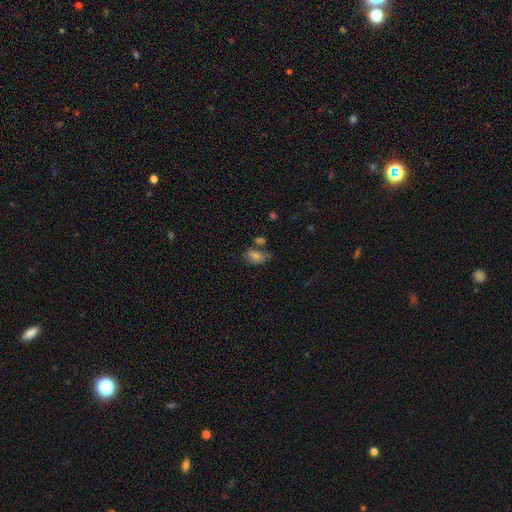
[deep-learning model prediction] Smooth or featured? smooth (65%)
How rounded? in between (85%)
Merging? none (54%)